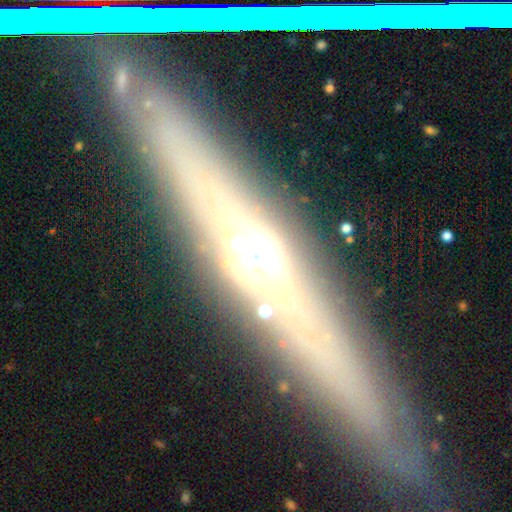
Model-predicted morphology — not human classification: Smooth or featured? Predicted: featured or disk (p=0.66). Edge-on disk? Predicted: yes (p=0.82). Edge-on bulge? Predicted: rounded (p=0.83). Merging? Predicted: none (p=0.83).